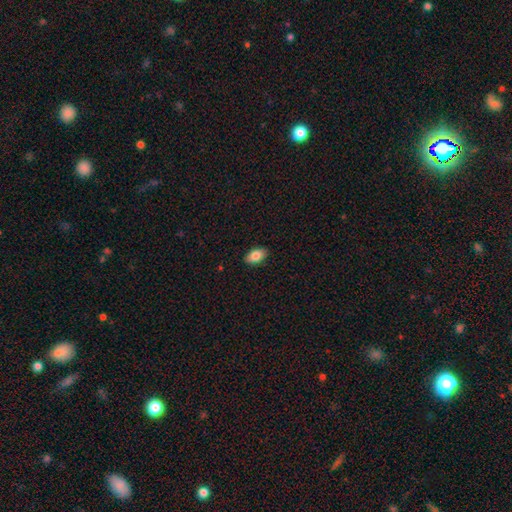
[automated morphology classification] smooth 84%, featured or disk 9%, star or artifact 7%. Down the decision tree: how rounded — in between (92%); merging — none (89%).